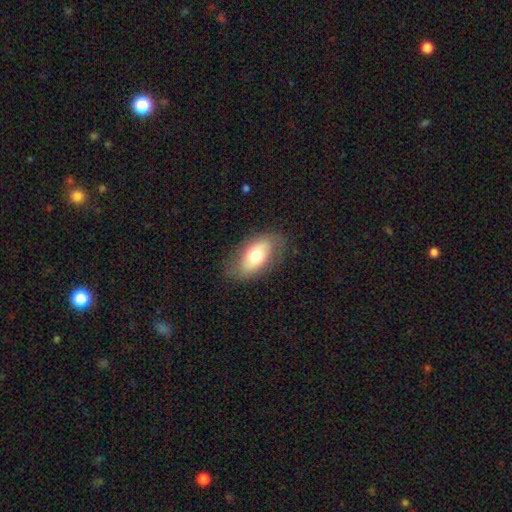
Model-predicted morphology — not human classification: smooth-or-featured: smooth: 59% | featured or disk: 34% | star or artifact: 7%
  how-rounded: in between: 91% | round: 5% | cigar-shaped: 4%
  merging: none: 76% | minor disturbance: 17% | major disturbance: 6% | merger: 1%